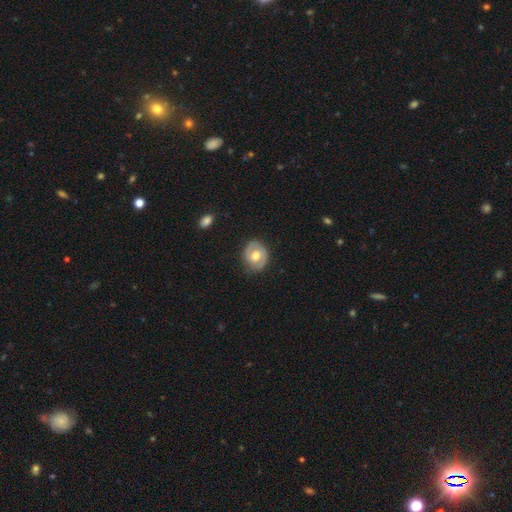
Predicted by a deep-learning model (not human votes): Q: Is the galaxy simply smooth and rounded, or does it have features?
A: featured or disk — 54%.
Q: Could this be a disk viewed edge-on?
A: no — 96%.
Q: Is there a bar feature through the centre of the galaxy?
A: no — 55%.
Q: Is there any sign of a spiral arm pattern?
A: yes — 61%.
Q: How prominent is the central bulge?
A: moderate — 65%.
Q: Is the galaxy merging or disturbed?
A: none — 79%.